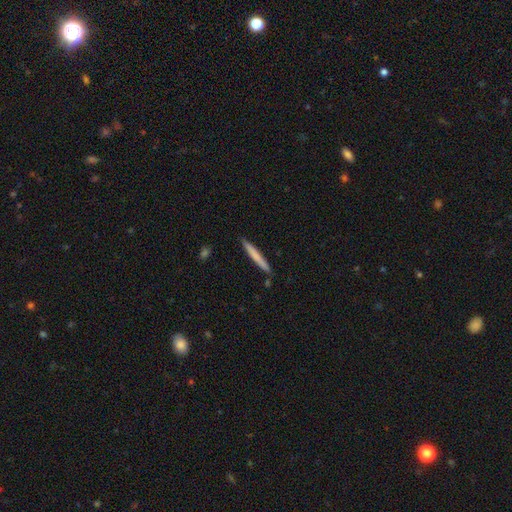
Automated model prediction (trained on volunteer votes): Morphology: type=smooth (71%); roundness=cigar-shaped (97%); merging=none (89%).